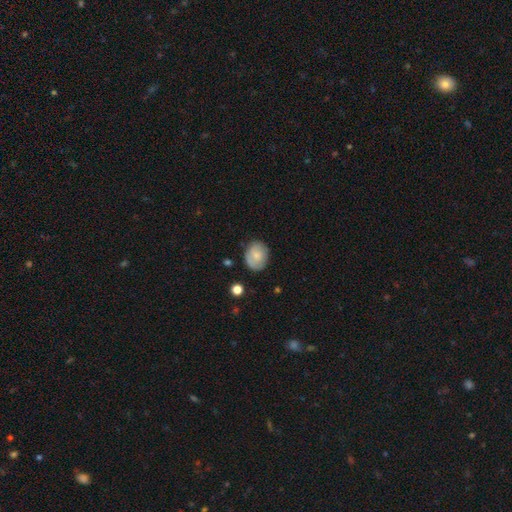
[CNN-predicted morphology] A smooth galaxy with no disk features (77%) that is in between round and cigar-shaped (55%).

Vote fractions:
- Smooth or featured? smooth: 77% / featured or disk: 16% / star or artifact: 7%
- How rounded? in between: 55% / round: 44% / cigar-shaped: 1%
- Merging? none: 79% / minor disturbance: 16% / major disturbance: 3% / merger: 2%